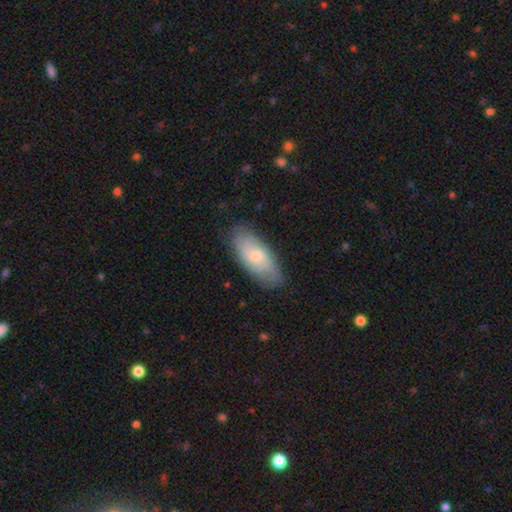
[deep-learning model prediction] This appears to be a smooth galaxy with no disk features (60%) that is in between round and cigar-shaped (84%). Merging: none (78%).